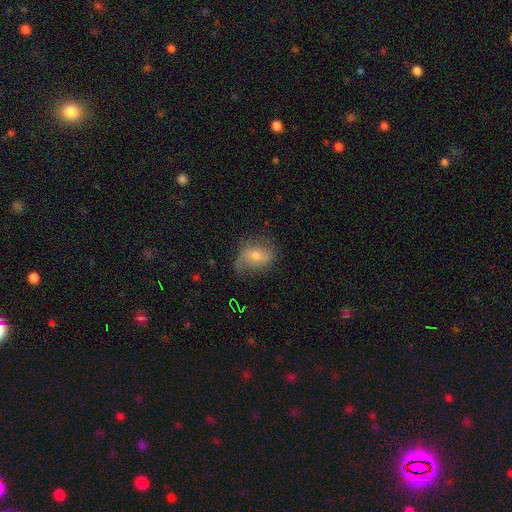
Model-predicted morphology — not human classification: Overall: featured or disk (60%; smooth 30%). Edge-on disk: no (95%). Bar: no (50%; weak 37%). Spiral arms: yes (86%). Bulge size: moderate (47%, tied with small). Merging: none (59%; minor disturbance 26%).